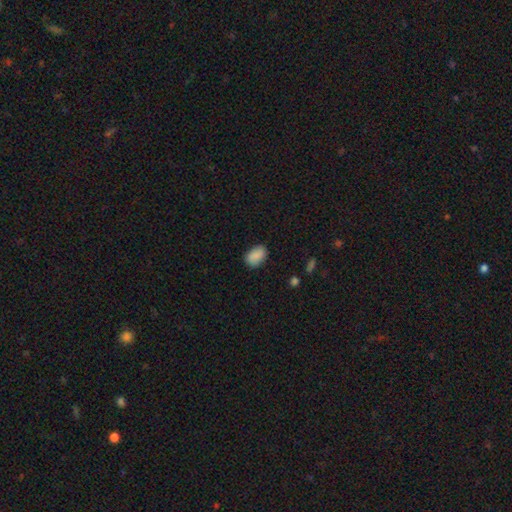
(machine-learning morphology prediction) Smooth or featured? Predicted: smooth (p=0.89). How rounded? Predicted: in between (p=0.88). Merging? Predicted: none (p=0.83).